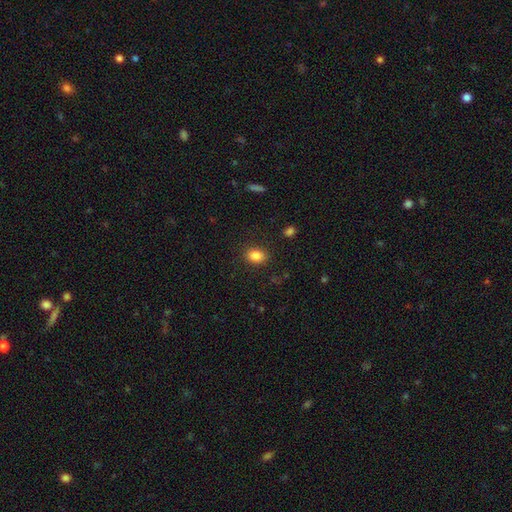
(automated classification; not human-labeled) This is clearly a smooth galaxy (85%). How rounded: likely in between (69%). Merging: clearly none (86%).